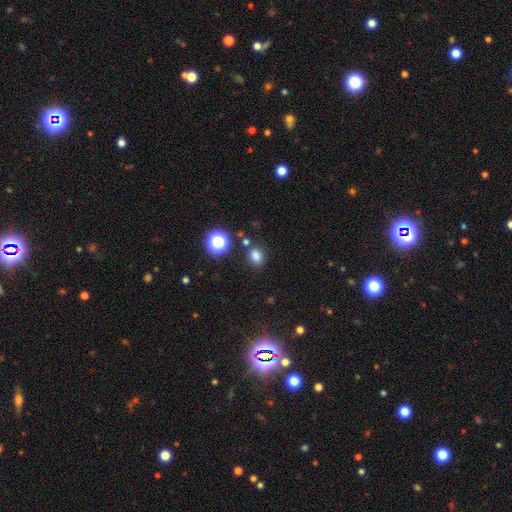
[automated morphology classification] A smooth galaxy with no disk features (78%) that is round (64%).

Vote fractions:
- Smooth or featured? smooth: 78% / star or artifact: 17% / featured or disk: 5%
- How rounded? round: 64% / in between: 35% / cigar-shaped: 1%
- Merging? none: 79% / minor disturbance: 11% / merger: 6% / major disturbance: 3%